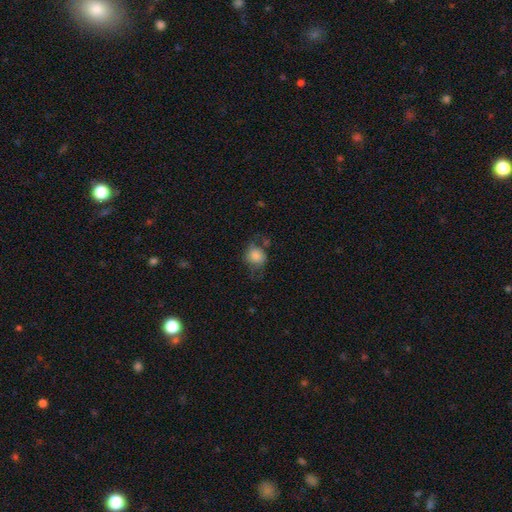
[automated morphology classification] This appears to be a smooth galaxy with no disk features (70%) that is round (71%). Merging: none (49%).